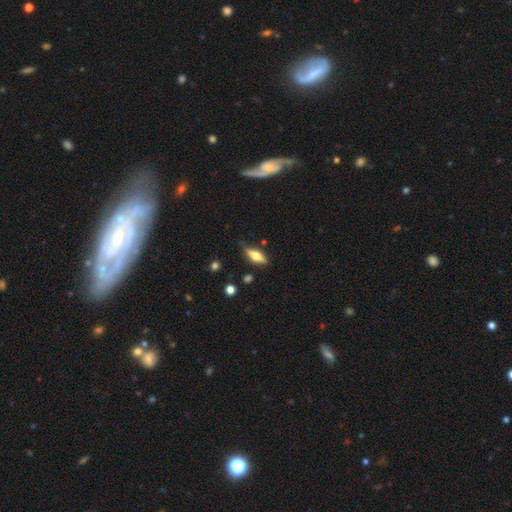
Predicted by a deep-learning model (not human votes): Smooth or featured? Predicted: smooth (p=0.61). How rounded? Predicted: in between (p=0.61). Merging? Predicted: none (p=0.76).